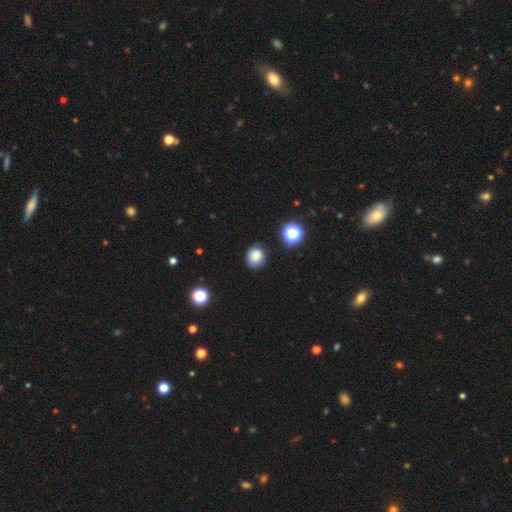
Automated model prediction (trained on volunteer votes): Smooth or featured: smooth — 81% (star or artifact — 12%)
How rounded: round — 69% (in between — 30%)
Merging: none — 80% (minor disturbance — 15%)